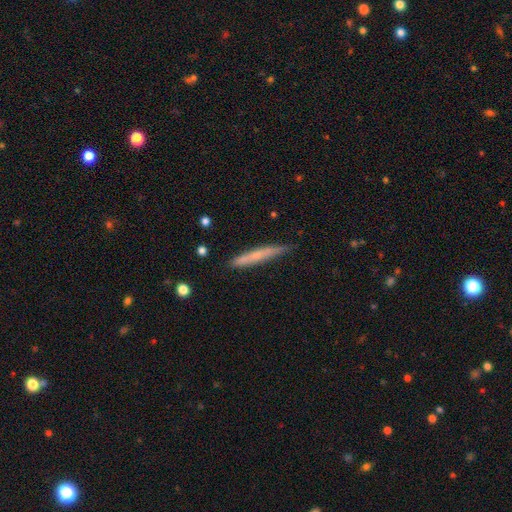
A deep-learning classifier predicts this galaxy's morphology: Smooth or featured? Predicted: smooth (p=0.57). How rounded? Predicted: cigar-shaped (p=0.95). Merging? Predicted: none (p=0.80).